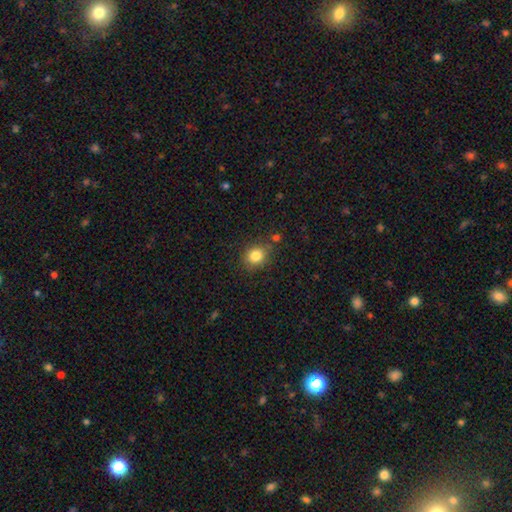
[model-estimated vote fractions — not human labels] smooth 83%, star or artifact 11%, featured or disk 6%. Down the decision tree: how rounded — round (73%); merging — none (77%).